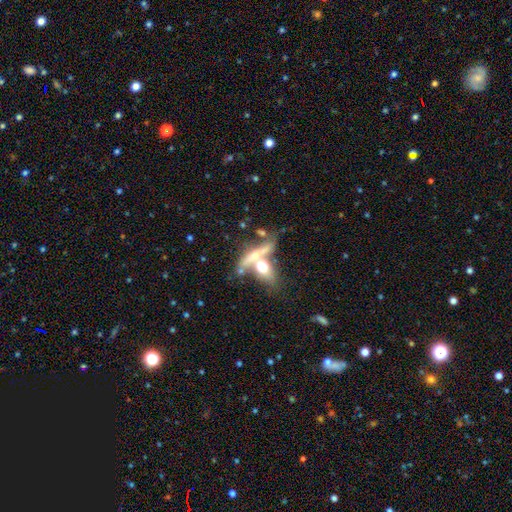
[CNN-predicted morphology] A featured or disk galaxy (50%). Merging: merger (55%).